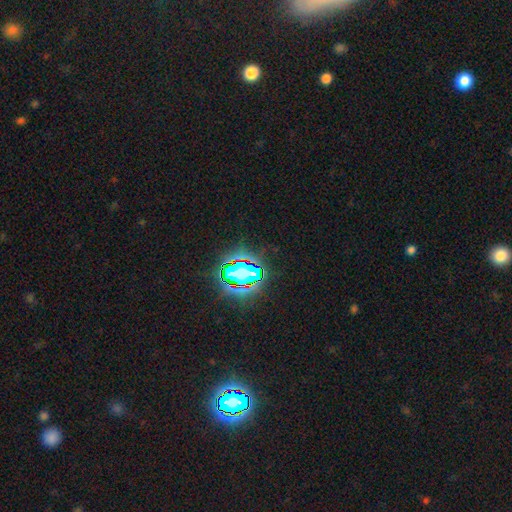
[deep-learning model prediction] Smooth or featured?
  - star or artifact: 78% *
  - smooth: 13%
  - featured or disk: 9%